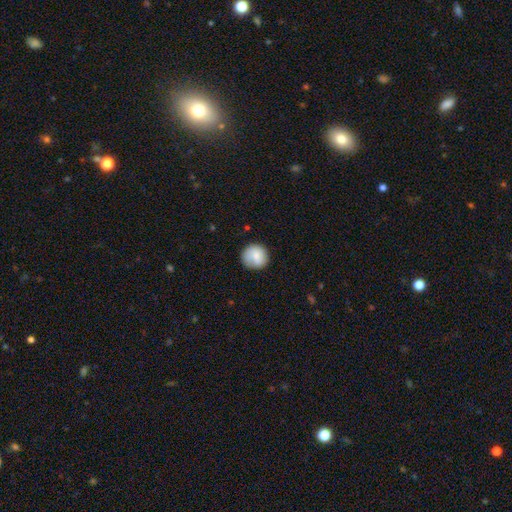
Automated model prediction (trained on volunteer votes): smooth-or-featured: smooth: 81% | featured or disk: 12% | star or artifact: 7%
  how-rounded: round: 92% | in between: 7% | cigar-shaped: 1%
  merging: none: 77% | minor disturbance: 17% | major disturbance: 4% | merger: 2%